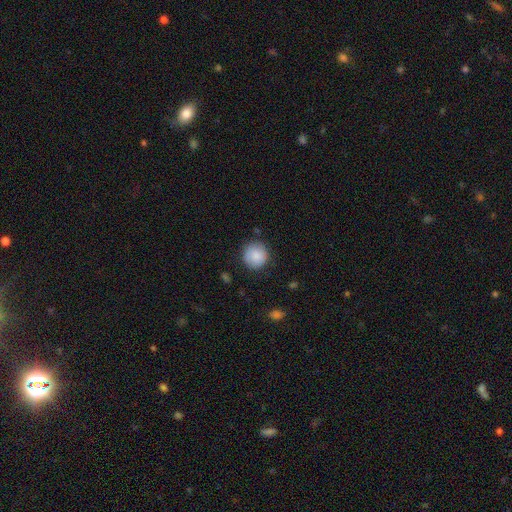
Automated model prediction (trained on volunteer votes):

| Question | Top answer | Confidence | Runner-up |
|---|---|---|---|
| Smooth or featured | smooth | 85% | featured or disk (8%) |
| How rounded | round | 93% | in between (6%) |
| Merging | none | 85% | minor disturbance (11%) |